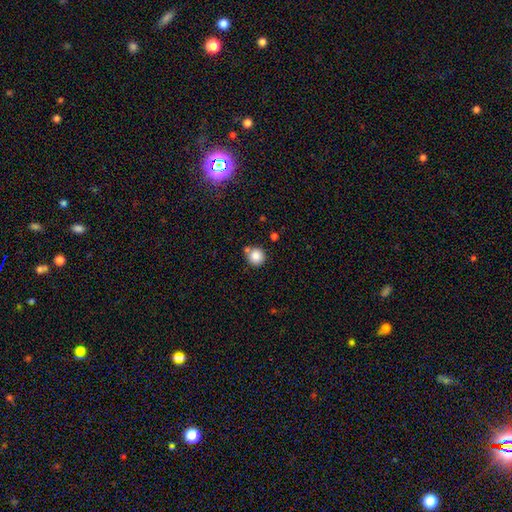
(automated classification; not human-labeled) Morphology: type=smooth (85%); roundness=round (93%); merging=none (72%).